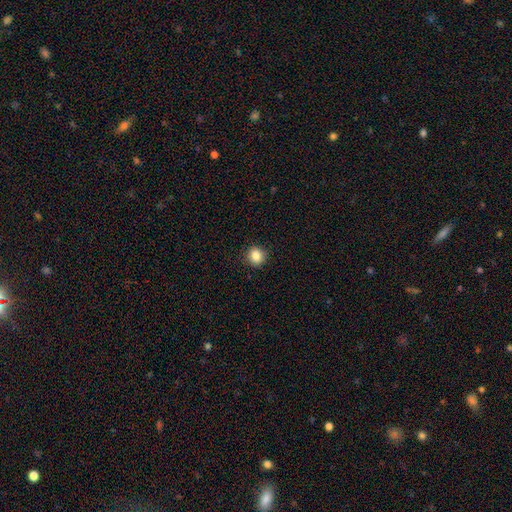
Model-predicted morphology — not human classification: This is clearly a smooth galaxy (84%). How rounded: clearly round (84%). Merging: clearly none (90%).